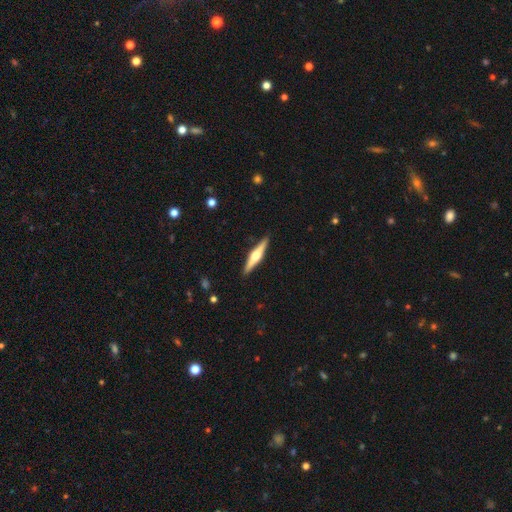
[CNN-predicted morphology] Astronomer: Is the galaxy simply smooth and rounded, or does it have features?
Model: featured or disk — 74%.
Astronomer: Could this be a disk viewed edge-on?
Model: yes — 98%.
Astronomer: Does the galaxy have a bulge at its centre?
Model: rounded — 95%.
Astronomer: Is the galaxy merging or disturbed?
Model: none — 91%.